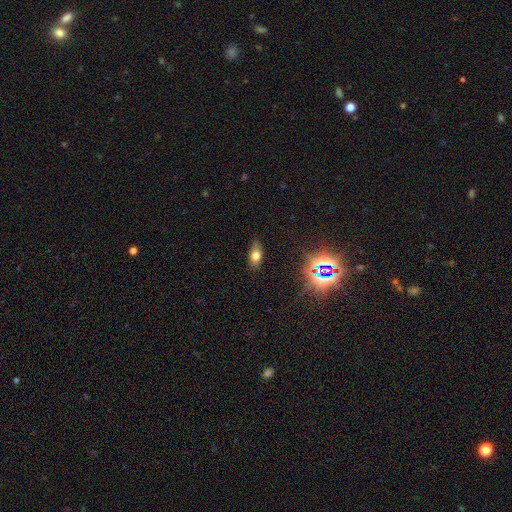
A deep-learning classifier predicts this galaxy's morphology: Smooth or featured? smooth (68%)
How rounded? in between (85%)
Merging? none (81%)